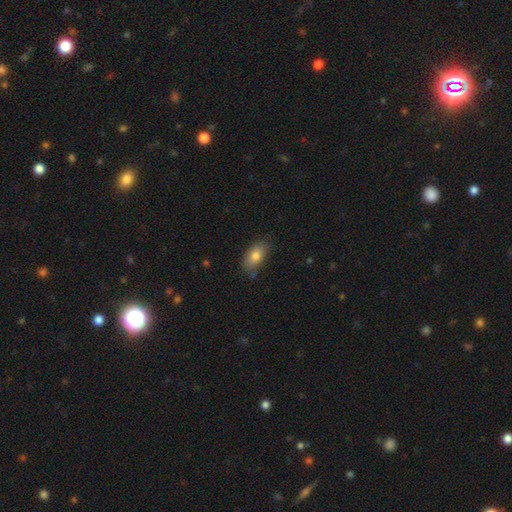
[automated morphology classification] Smooth or featured? smooth (80%)
How rounded? in between (89%)
Merging? none (75%)